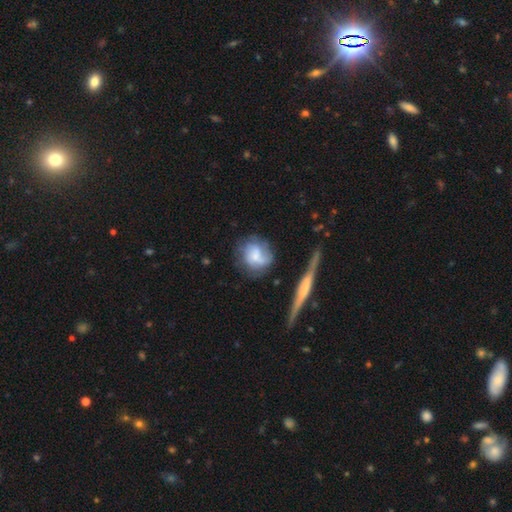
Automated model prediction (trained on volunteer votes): This appears to be a featured or disk galaxy (48%). Merging: none (55%).